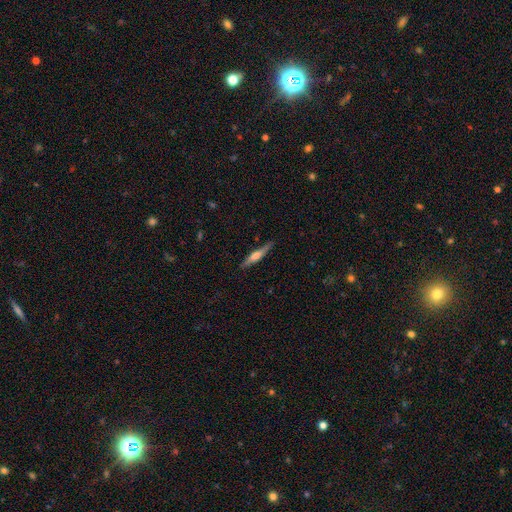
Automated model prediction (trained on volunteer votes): smooth_or_featured: featured or disk (p=0.61) [alt: smooth p=0.33]
disk_edge_on: yes (p=0.96) [alt: no p=0.04]
edge_on_bulge: rounded (p=0.84) [alt: boxy p=0.09]
merging: none (p=0.87) [alt: minor disturbance p=0.10]